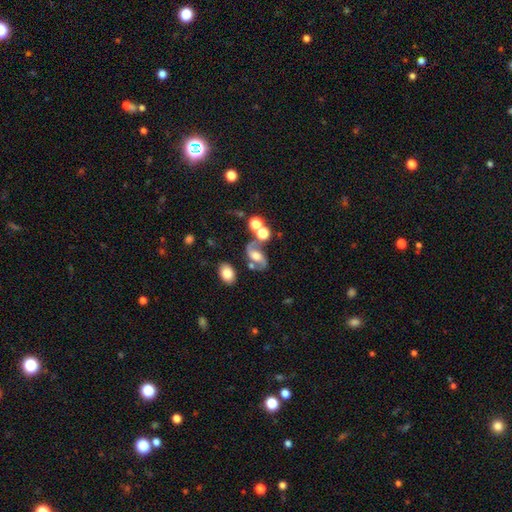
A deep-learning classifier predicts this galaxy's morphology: smooth_or_featured: featured or disk (p=0.69) [alt: smooth p=0.20]
disk_edge_on: no (p=0.96) [alt: yes p=0.04]
bar: no (p=0.47) [alt: weak p=0.37]
has_spiral_arms: yes (p=0.90) [alt: no p=0.10]
spiral_winding: loose (p=0.56) [alt: medium p=0.36]
spiral_arm_count: 2 (p=0.91) [alt: 1 p=0.04]
bulge_size: moderate (p=0.51) [alt: large p=0.23]
merging: none (p=0.55) [alt: merger p=0.18]